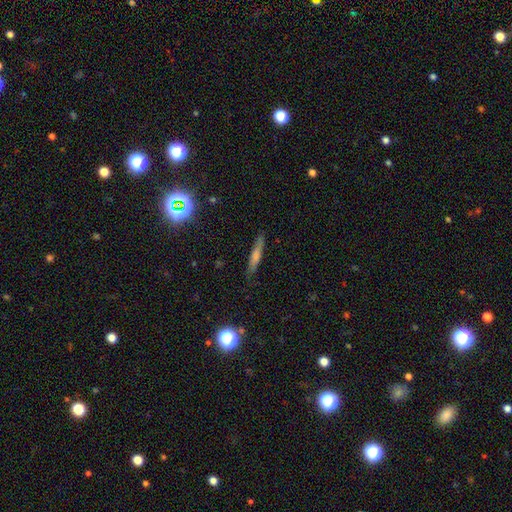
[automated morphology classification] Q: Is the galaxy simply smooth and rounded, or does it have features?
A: smooth — 45%.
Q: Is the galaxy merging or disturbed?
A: none — 86%.